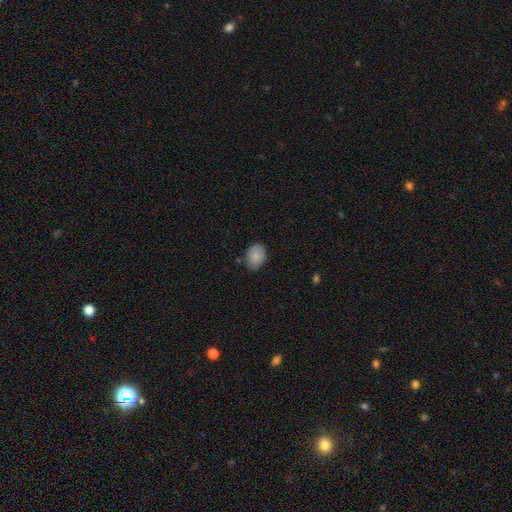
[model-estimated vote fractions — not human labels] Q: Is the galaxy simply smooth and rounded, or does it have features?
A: smooth — 84%.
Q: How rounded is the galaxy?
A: in between — 75%.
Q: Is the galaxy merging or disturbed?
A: none — 78%.